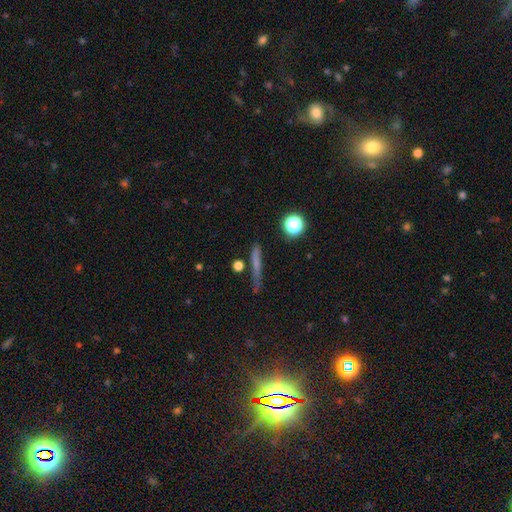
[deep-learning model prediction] The model was most divided on "smooth or featured": smooth: 48%, featured or disk: 35%, star or artifact: 17%. More confident: merging — none (79%).